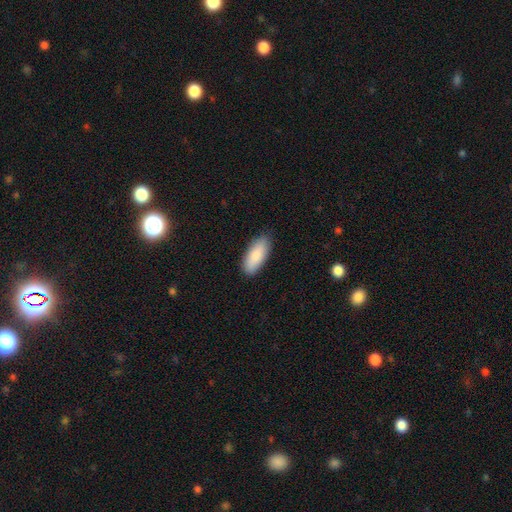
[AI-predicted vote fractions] Smooth or featured? smooth (87%)
How rounded? in between (81%)
Merging? none (87%)